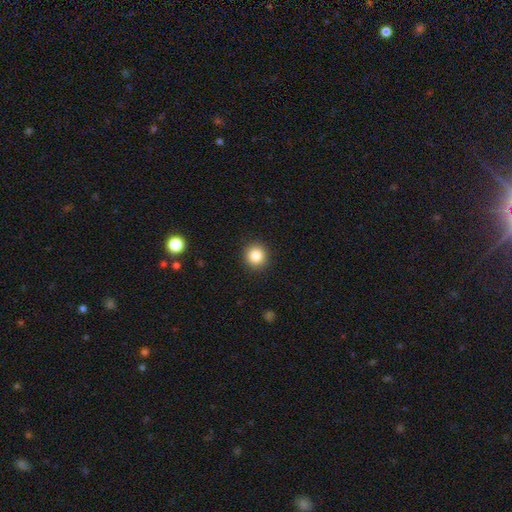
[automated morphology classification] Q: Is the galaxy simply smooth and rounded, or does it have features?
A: smooth — 85%.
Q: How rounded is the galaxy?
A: round — 92%.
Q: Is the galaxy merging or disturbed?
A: none — 92%.